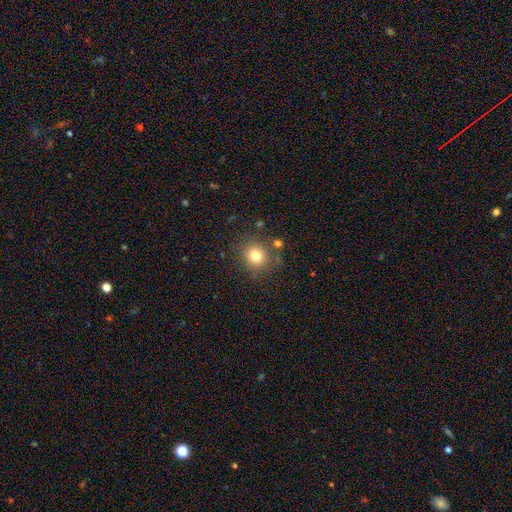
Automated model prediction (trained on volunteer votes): This appears to be a smooth galaxy with no disk features (77%) that is round (85%). Merging: none (81%).